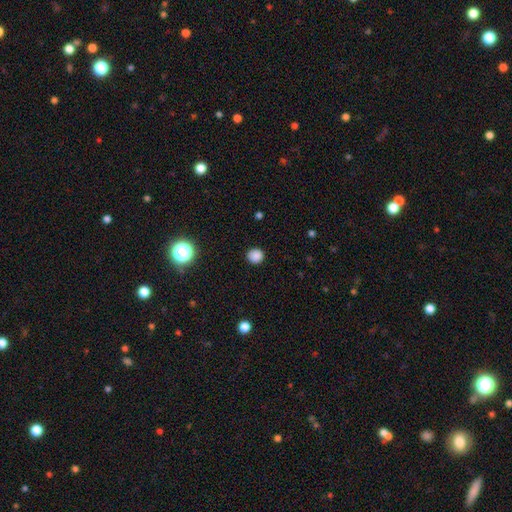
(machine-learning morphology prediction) smooth-or-featured: smooth: 84% | star or artifact: 13% | featured or disk: 3%
  how-rounded: round: 90% | in between: 9% | cigar-shaped: 1%
  merging: none: 89% | minor disturbance: 7% | major disturbance: 2% | merger: 1%